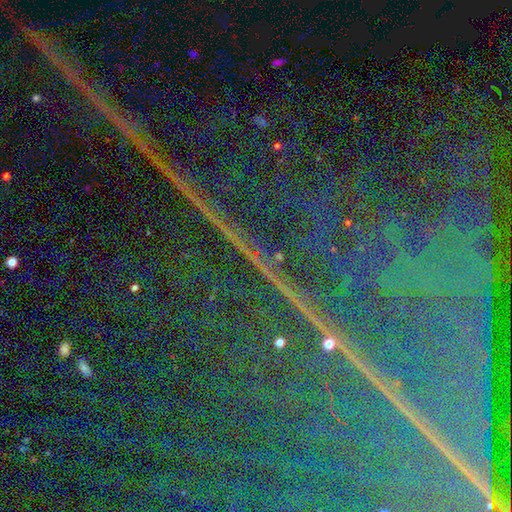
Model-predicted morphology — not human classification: smooth-or-featured: star or artifact: 89% | featured or disk: 7% | smooth: 4%